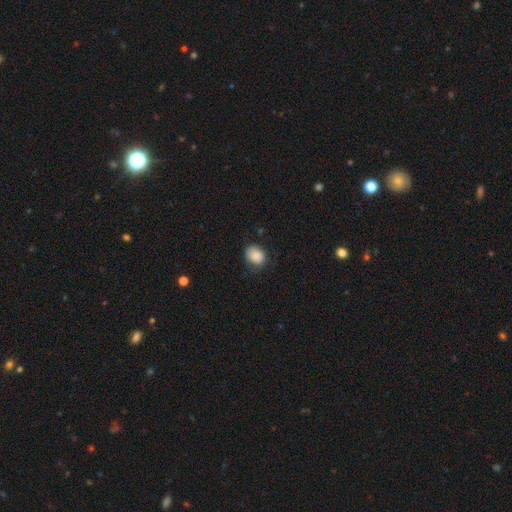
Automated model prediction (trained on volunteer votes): smooth 86%, star or artifact 8%, featured or disk 6%. Down the decision tree: how rounded — in between (51%); merging — none (67%).